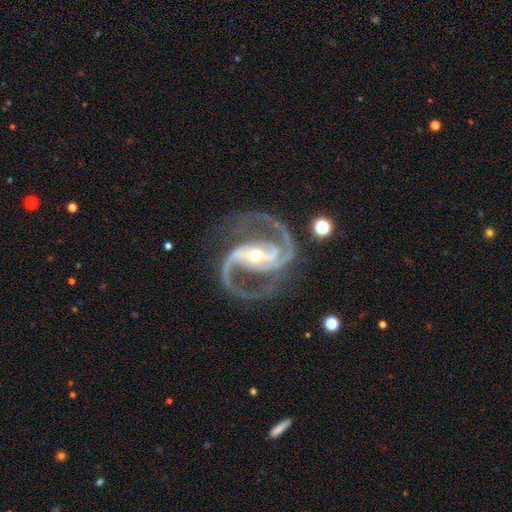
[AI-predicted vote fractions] smooth_or_featured: featured or disk (p=0.94) [alt: star or artifact p=0.04]
disk_edge_on: no (p=0.98) [alt: yes p=0.02]
bar: strong (p=0.58) [alt: weak p=0.28]
has_spiral_arms: yes (p=0.99) [alt: no p=0.01]
spiral_winding: medium (p=0.67) [alt: loose p=0.19]
spiral_arm_count: 2 (p=0.93) [alt: 3 p=0.02]
bulge_size: small (p=0.50) [alt: moderate p=0.46]
merging: none (p=0.77) [alt: minor disturbance p=0.13]